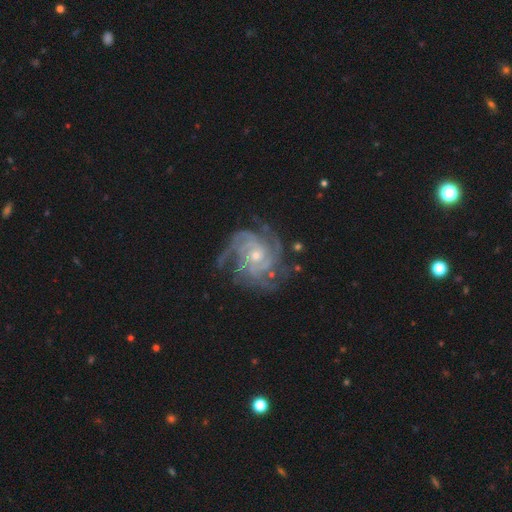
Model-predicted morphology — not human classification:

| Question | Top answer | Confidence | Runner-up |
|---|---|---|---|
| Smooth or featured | featured or disk | 91% | star or artifact (5%) |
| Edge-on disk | no | 98% | yes (2%) |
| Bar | no | 73% | weak (22%) |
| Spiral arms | yes | 98% | no (2%) |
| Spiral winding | tight | 63% | medium (31%) |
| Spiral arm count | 4 | 31% | 3 (20%) |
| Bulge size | small | 60% | moderate (36%) |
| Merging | none | 69% | minor disturbance (18%) |